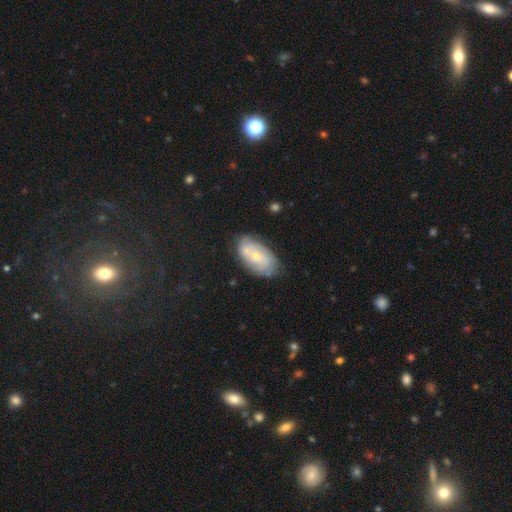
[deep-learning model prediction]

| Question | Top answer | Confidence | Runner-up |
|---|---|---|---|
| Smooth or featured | featured or disk | 62% | smooth (31%) |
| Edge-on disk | no | 94% | yes (6%) |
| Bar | no | 67% | weak (27%) |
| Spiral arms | yes | 74% | no (26%) |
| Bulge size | small | 62% | moderate (34%) |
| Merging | none | 70% | minor disturbance (21%) |